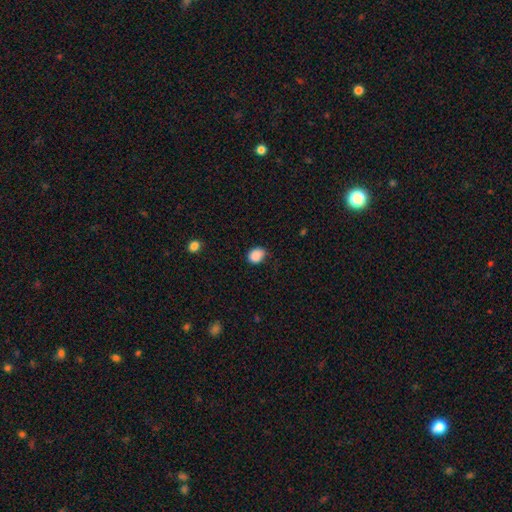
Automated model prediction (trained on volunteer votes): smooth-or-featured: smooth: 88% | star or artifact: 9% | featured or disk: 3%
  how-rounded: in between: 51% | round: 48% | cigar-shaped: 1%
  merging: none: 65% | minor disturbance: 27% | major disturbance: 6% | merger: 2%